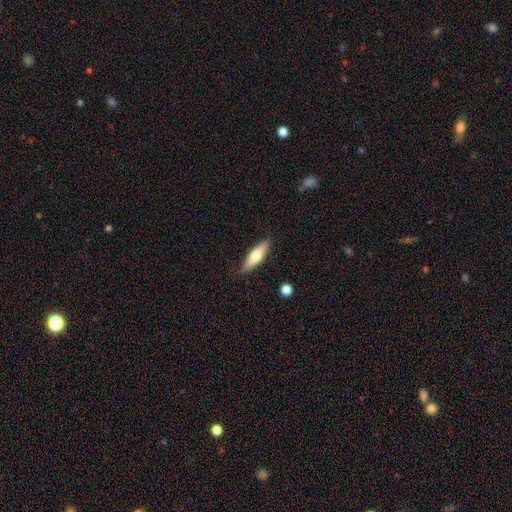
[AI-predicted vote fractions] smooth_or_featured: smooth (p=0.67) [alt: featured or disk p=0.28]
how_rounded: cigar-shaped (p=0.58) [alt: in between p=0.40]
merging: none (p=0.85) [alt: minor disturbance p=0.12]